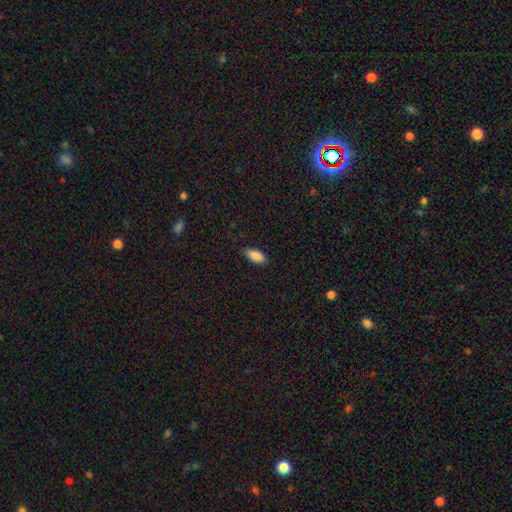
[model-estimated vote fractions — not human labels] smooth 88%, star or artifact 7%, featured or disk 5%. Down the decision tree: how rounded — in between (87%); merging — none (83%).